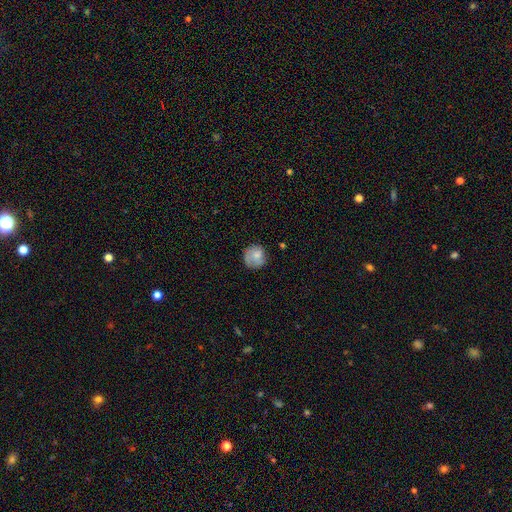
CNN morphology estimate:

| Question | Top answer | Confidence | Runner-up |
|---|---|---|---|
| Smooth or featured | smooth | 72% | featured or disk (20%) |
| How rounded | round | 87% | in between (12%) |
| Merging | none | 66% | minor disturbance (23%) |